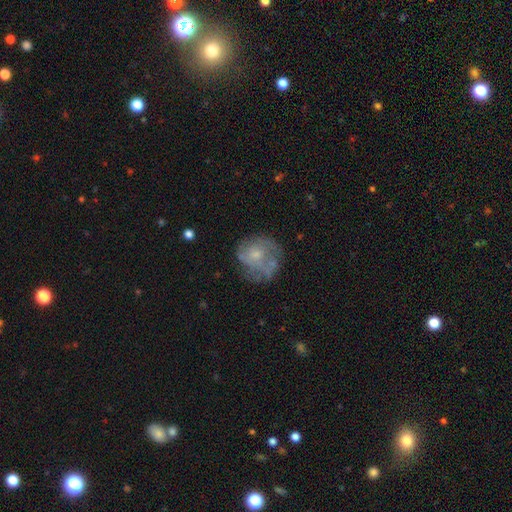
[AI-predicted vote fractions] smooth-or-featured: featured or disk: 49% | smooth: 42% | star or artifact: 9%
  merging: none: 46% | minor disturbance: 26% | major disturbance: 22% | merger: 6%